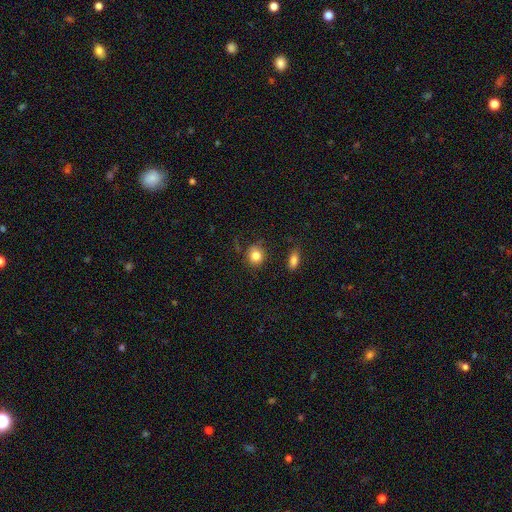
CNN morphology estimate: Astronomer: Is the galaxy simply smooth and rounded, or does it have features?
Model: smooth — 83%.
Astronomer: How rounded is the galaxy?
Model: round — 81%.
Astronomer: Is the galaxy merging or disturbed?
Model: none — 76%.